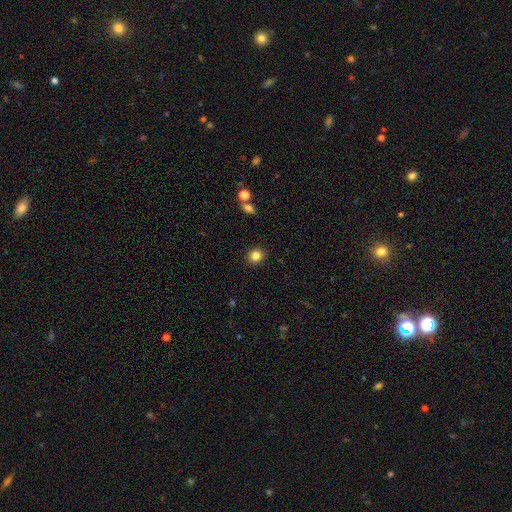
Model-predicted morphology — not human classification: Smooth or featured? Predicted: smooth (p=0.84). How rounded? Predicted: round (p=0.84). Merging? Predicted: none (p=0.91).